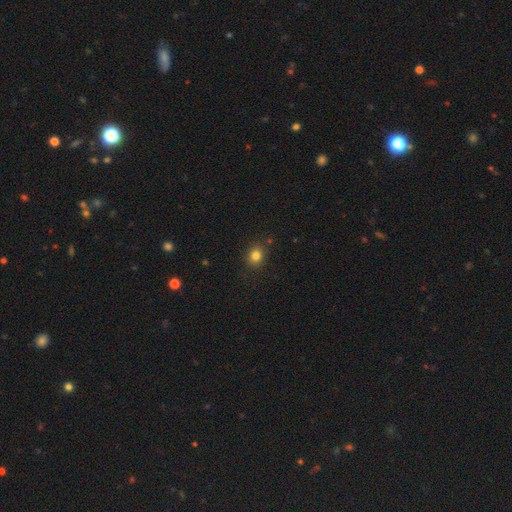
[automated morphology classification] A smooth galaxy with no disk features (81%) that is round (68%).

Vote fractions:
- Smooth or featured? smooth: 81% / star or artifact: 12% / featured or disk: 6%
- How rounded? round: 68% / in between: 31% / cigar-shaped: 1%
- Merging? none: 86% / minor disturbance: 10% / major disturbance: 3% / merger: 2%